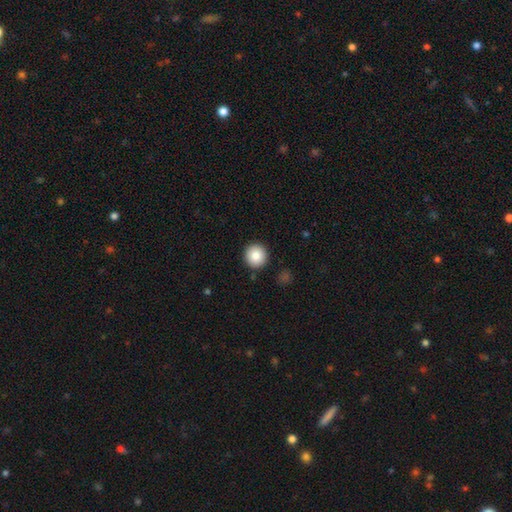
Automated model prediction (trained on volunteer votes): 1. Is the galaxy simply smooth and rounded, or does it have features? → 86% smooth, 9% star or artifact, 5% featured or disk.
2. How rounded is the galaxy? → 95% round, 4% in between, 1% cigar-shaped.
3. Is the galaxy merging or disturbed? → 91% none, 6% minor disturbance, 2% major disturbance, 2% merger.